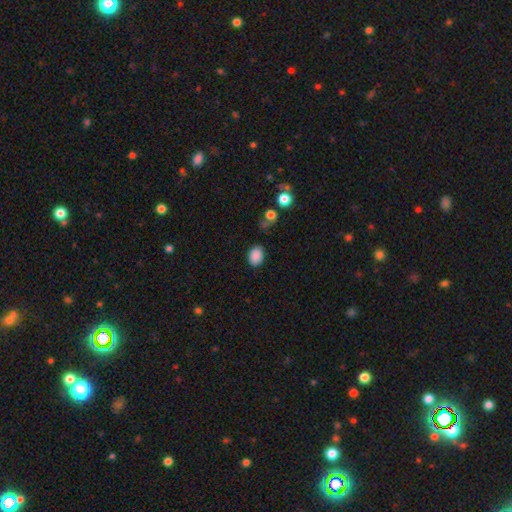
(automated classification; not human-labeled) This is clearly a smooth galaxy (87%). How rounded: likely in between (73%). Merging: likely none (80%).